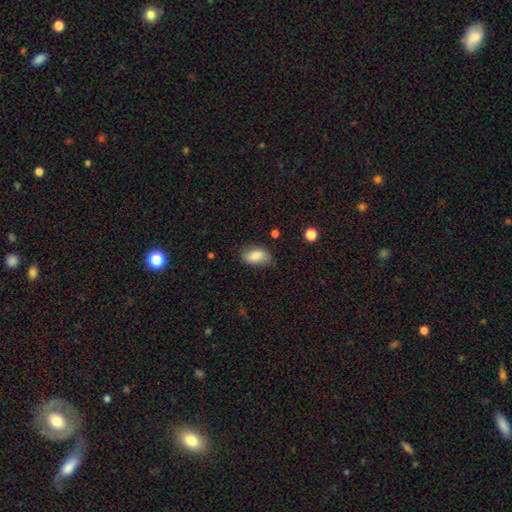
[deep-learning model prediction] smooth-or-featured: smooth: 82% | featured or disk: 11% | star or artifact: 7%
  how-rounded: in between: 92% | round: 6% | cigar-shaped: 2%
  merging: none: 76% | minor disturbance: 19% | major disturbance: 4% | merger: 2%